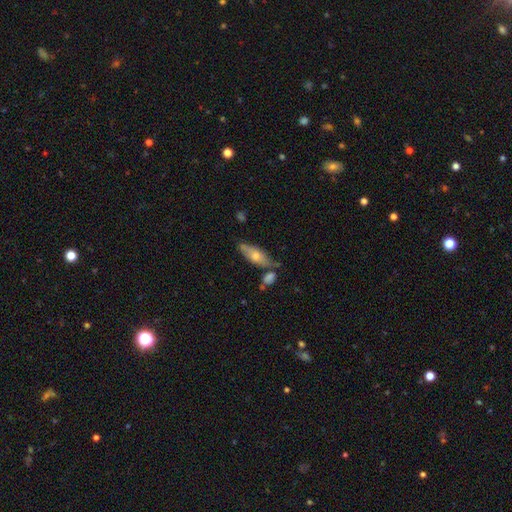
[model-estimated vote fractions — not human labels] The model was most divided on "smooth or featured": smooth: 58%, featured or disk: 36%, star or artifact: 7%. More confident: how rounded — in between (64%); merging — none (62%).